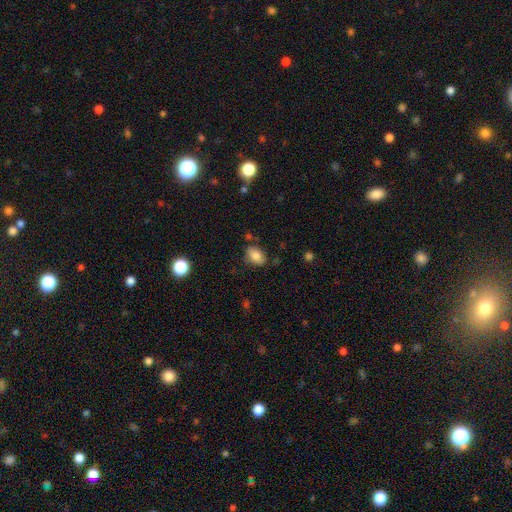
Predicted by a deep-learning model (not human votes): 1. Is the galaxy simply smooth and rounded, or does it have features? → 82% smooth, 9% featured or disk, 9% star or artifact.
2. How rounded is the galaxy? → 85% in between, 14% round, 1% cigar-shaped.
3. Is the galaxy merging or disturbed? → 74% none, 17% minor disturbance, 4% major disturbance, 4% merger.